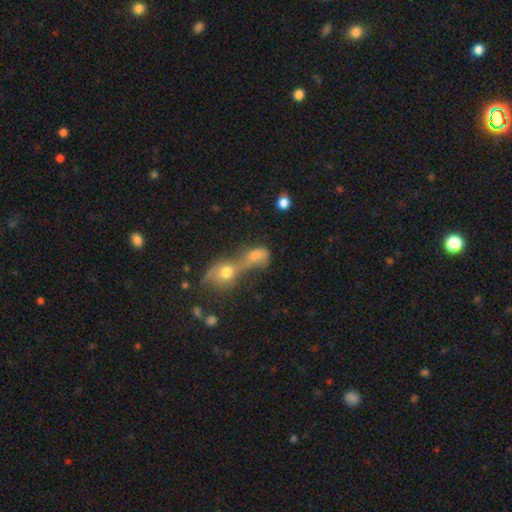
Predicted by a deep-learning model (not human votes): Q: Smooth or featured?
A: smooth (66%); runner-up: featured or disk (20%)
Q: How rounded?
A: in between (61%); runner-up: round (34%)
Q: Merging?
A: merger (71%); runner-up: none (15%)